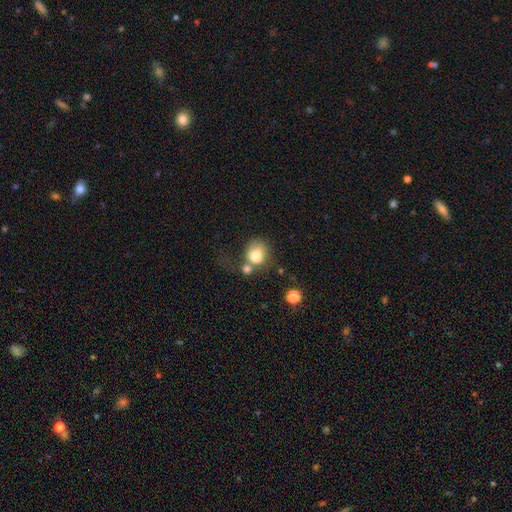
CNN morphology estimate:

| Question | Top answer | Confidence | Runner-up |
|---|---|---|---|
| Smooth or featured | smooth | 79% | featured or disk (12%) |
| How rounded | round | 66% | in between (33%) |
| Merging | none | 35% | merger (30%) |